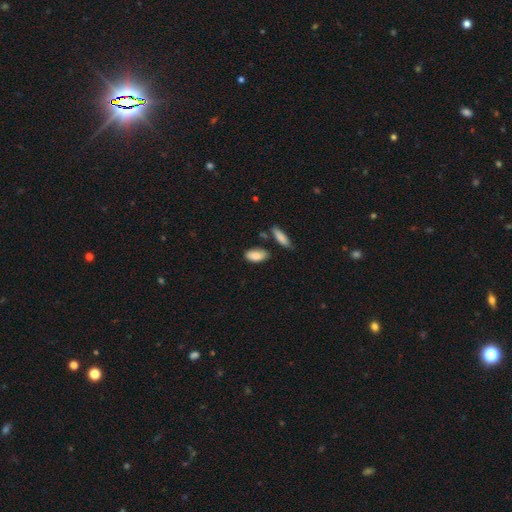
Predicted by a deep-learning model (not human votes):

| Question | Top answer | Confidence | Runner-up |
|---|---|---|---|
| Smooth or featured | smooth | 86% | featured or disk (8%) |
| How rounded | in between | 90% | cigar-shaped (8%) |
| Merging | none | 75% | minor disturbance (15%) |